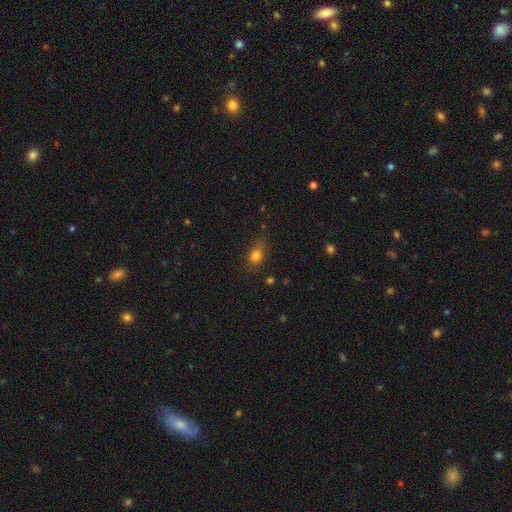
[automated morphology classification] smooth-or-featured: smooth: 80% | star or artifact: 12% | featured or disk: 8%
  how-rounded: in between: 59% | round: 38% | cigar-shaped: 3%
  merging: none: 72% | minor disturbance: 20% | major disturbance: 6% | merger: 2%